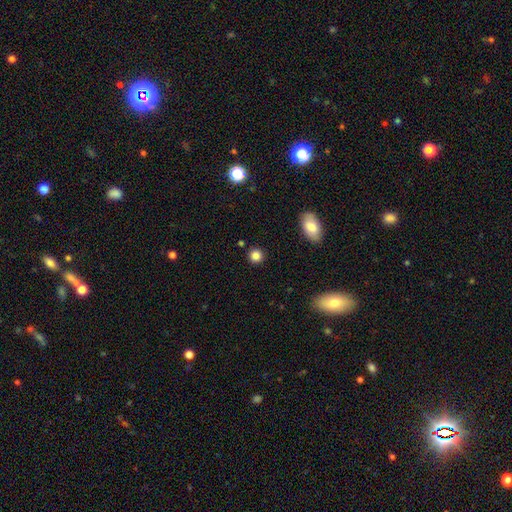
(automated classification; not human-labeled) smooth 84%, star or artifact 11%, featured or disk 5%. Down the decision tree: how rounded — round (92%); merging — none (90%).